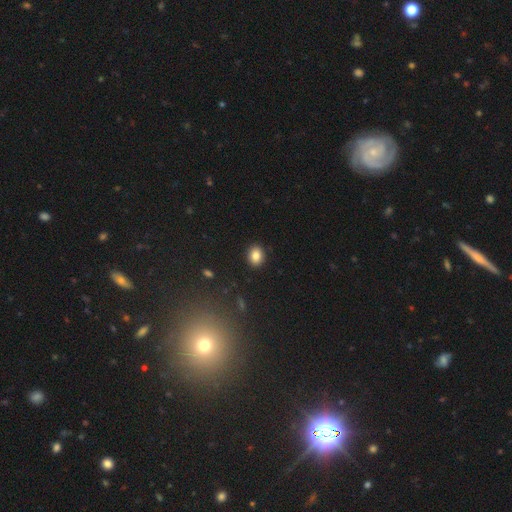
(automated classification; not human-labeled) Smooth or featured? smooth (84%)
How rounded? round (50%)
Merging? none (91%)